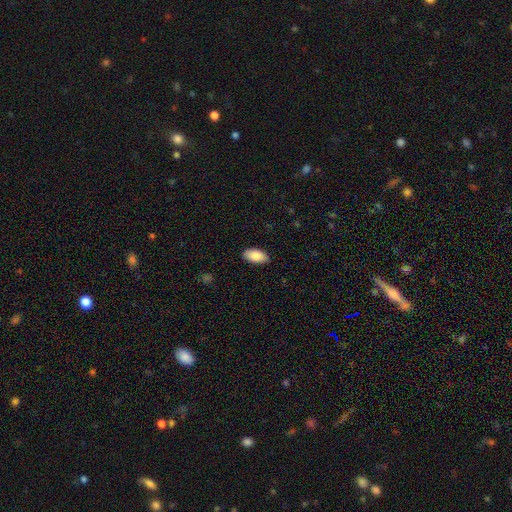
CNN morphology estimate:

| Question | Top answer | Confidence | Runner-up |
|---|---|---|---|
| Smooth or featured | smooth | 85% | featured or disk (9%) |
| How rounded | in between | 95% | cigar-shaped (3%) |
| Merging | none | 85% | minor disturbance (12%) |